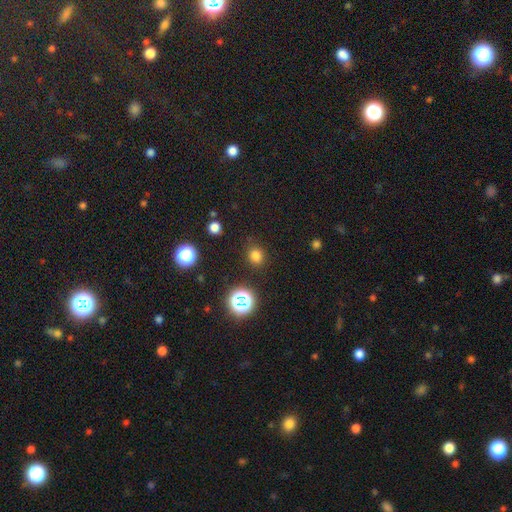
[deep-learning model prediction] This is likely a smooth galaxy (76%). How rounded: clearly round (80%). Merging: clearly none (85%).